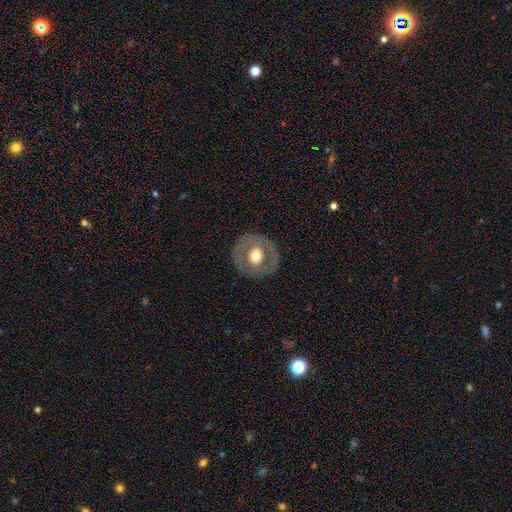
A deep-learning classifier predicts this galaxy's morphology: The model was most divided on "smooth or featured": featured or disk: 49%, smooth: 45%, star or artifact: 6%. More confident: merging — none (85%).